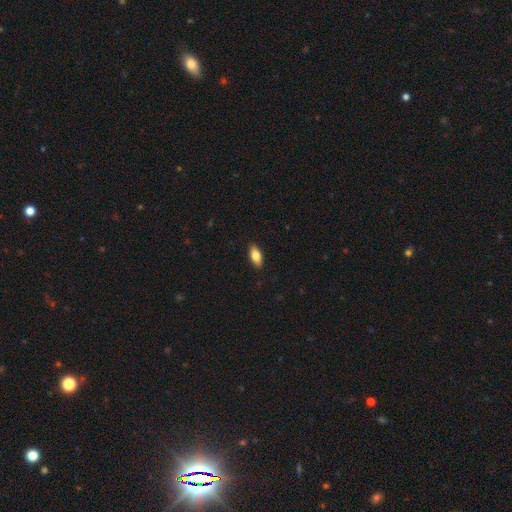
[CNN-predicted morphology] This appears to be a smooth galaxy with no disk features (81%) that is in between round and cigar-shaped (86%). Merging: none (89%).